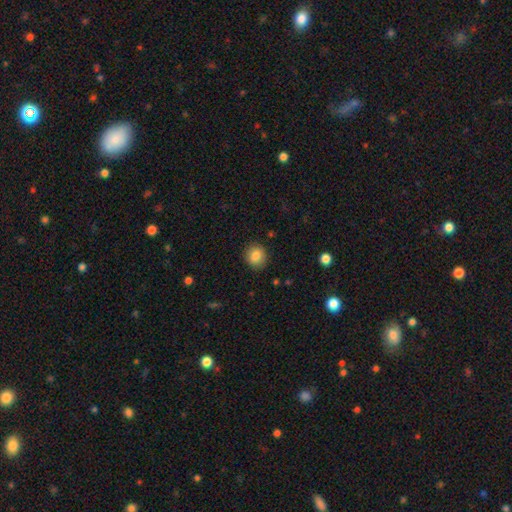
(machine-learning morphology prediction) Smooth or featured? smooth (84%)
How rounded? round (83%)
Merging? none (88%)